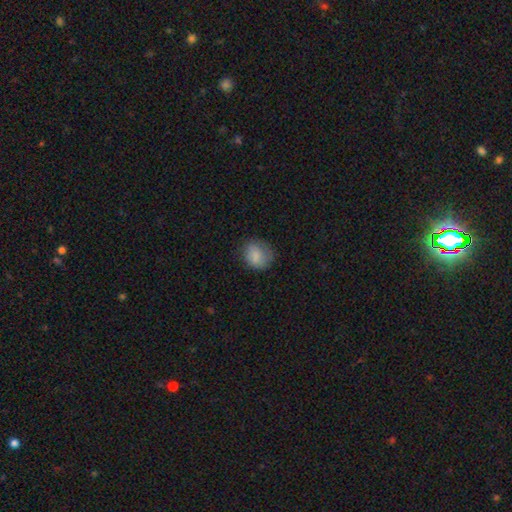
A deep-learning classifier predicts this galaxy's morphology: smooth-or-featured: smooth: 81% | featured or disk: 11% | star or artifact: 8%
  how-rounded: round: 69% | in between: 31% | cigar-shaped: 1%
  merging: none: 68% | minor disturbance: 23% | major disturbance: 8% | merger: 1%